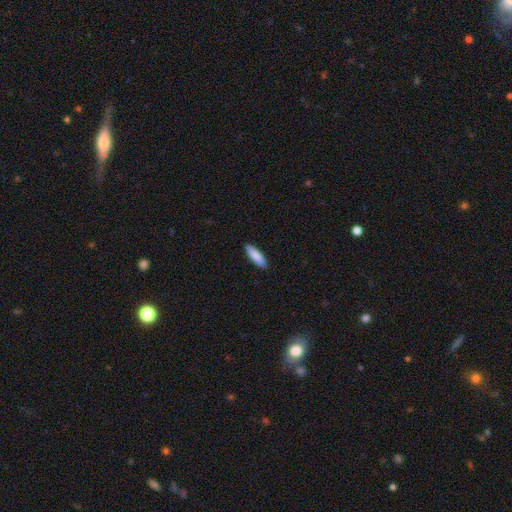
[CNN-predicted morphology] A smooth galaxy with no disk features (85%) that is cigar-shaped (58%). Merging: none (90%).